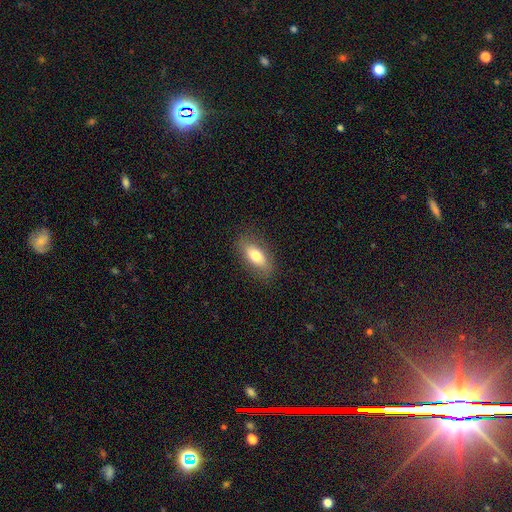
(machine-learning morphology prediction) Smooth or featured?
  - smooth: 73% *
  - featured or disk: 20%
  - star or artifact: 7%
How rounded?
  - in between: 80% *
  - cigar-shaped: 16%
  - round: 4%
Merging?
  - none: 84% *
  - minor disturbance: 12%
  - major disturbance: 3%
  - merger: 1%